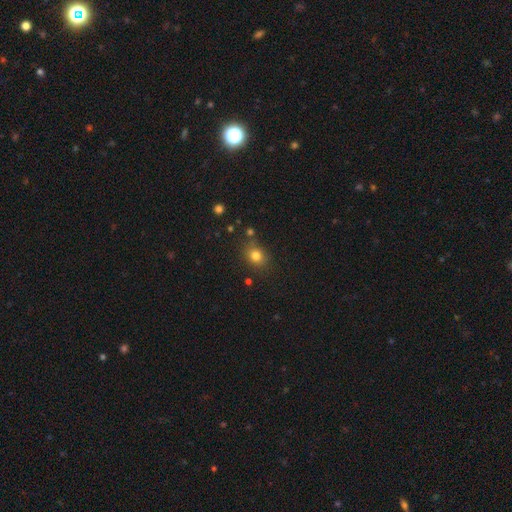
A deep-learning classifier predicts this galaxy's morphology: A smooth galaxy with no disk features (80%) that is round (61%). Merging: none (77%).